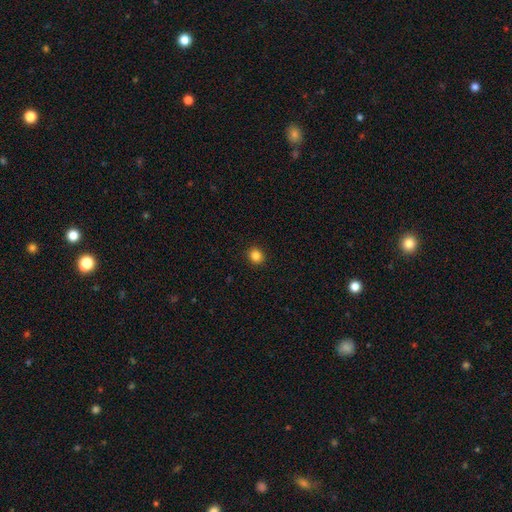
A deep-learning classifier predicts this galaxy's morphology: A smooth galaxy with no disk features (86%) that is round (84%). Merging: none (92%).